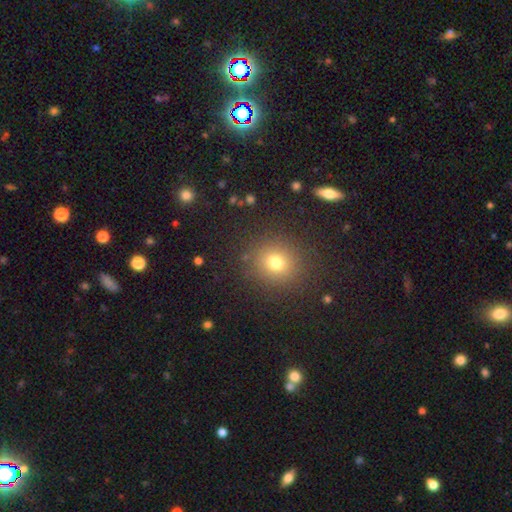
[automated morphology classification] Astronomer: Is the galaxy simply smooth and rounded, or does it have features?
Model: smooth — 61%.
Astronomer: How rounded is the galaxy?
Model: round — 88%.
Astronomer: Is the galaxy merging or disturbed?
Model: none — 90%.